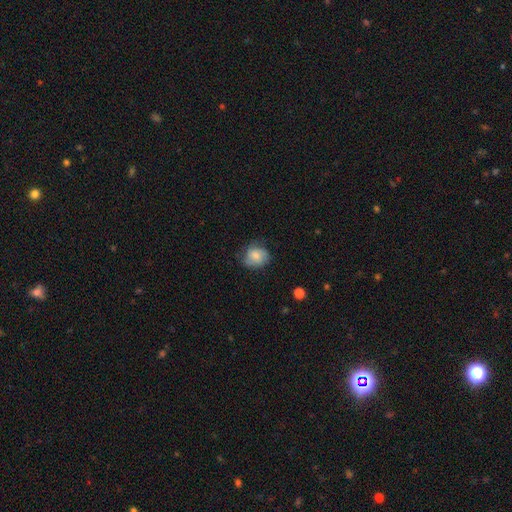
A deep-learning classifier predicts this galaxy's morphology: type=smooth (65%); roundness=round (67%); merging=none (60%).